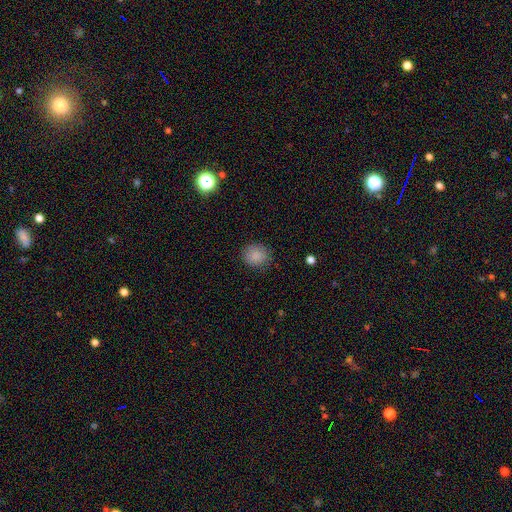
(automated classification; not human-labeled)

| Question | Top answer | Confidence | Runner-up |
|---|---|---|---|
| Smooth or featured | smooth | 87% | star or artifact (9%) |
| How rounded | round | 81% | in between (18%) |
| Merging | none | 85% | minor disturbance (11%) |